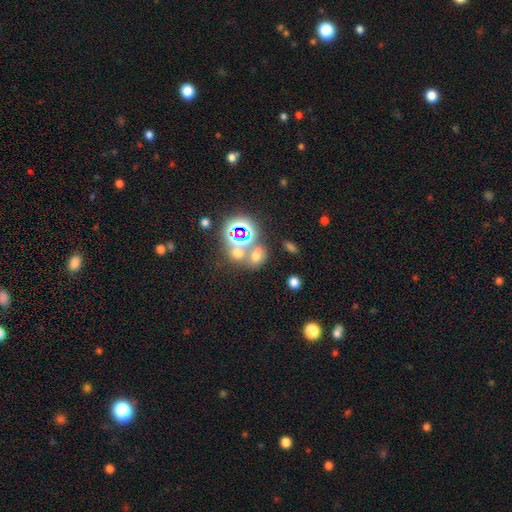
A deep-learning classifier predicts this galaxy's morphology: This is possibly a smooth galaxy (54%). How rounded: possibly in between (53%). Merging: possibly none (47%).